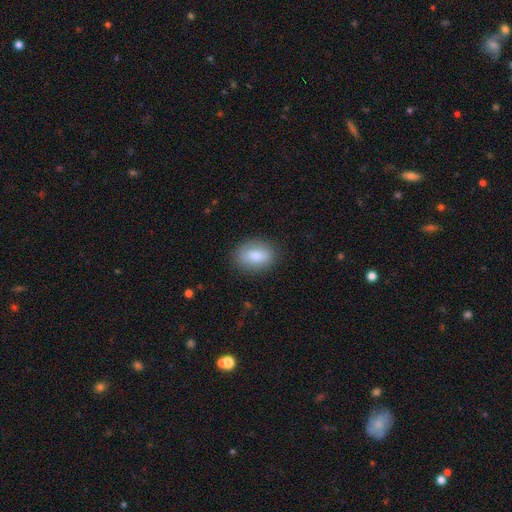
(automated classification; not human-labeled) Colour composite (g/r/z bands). It shows a smooth galaxy with no disk features (82%) that is in between round and cigar-shaped (80%). Merging: none (84%).